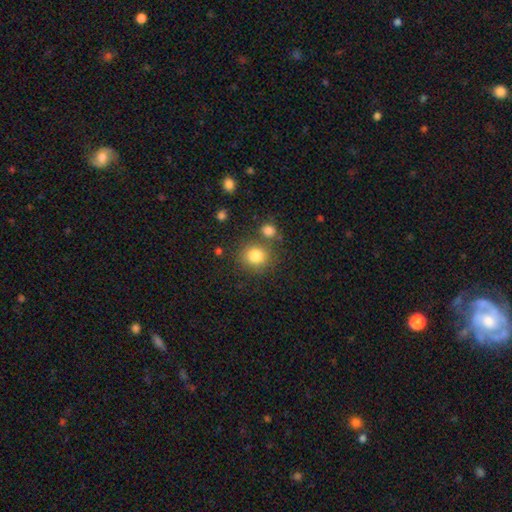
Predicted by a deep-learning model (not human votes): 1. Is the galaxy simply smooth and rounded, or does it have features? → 82% smooth, 11% star or artifact, 7% featured or disk.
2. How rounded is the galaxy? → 83% round, 16% in between, 1% cigar-shaped.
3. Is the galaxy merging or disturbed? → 74% none, 12% merger, 10% minor disturbance, 4% major disturbance.